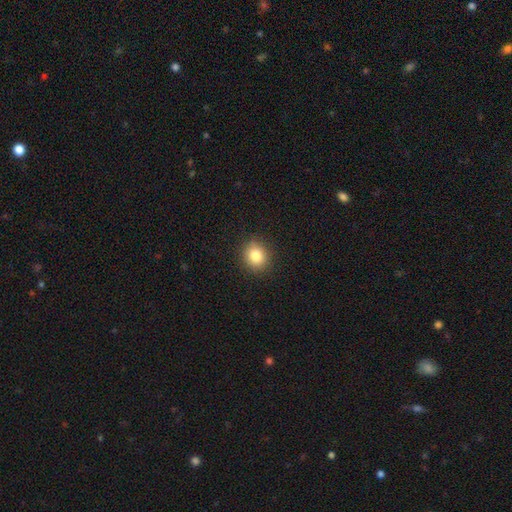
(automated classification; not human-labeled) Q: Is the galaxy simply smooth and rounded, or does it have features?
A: smooth — 83%.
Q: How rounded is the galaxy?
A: round — 81%.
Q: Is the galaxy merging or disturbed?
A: none — 89%.